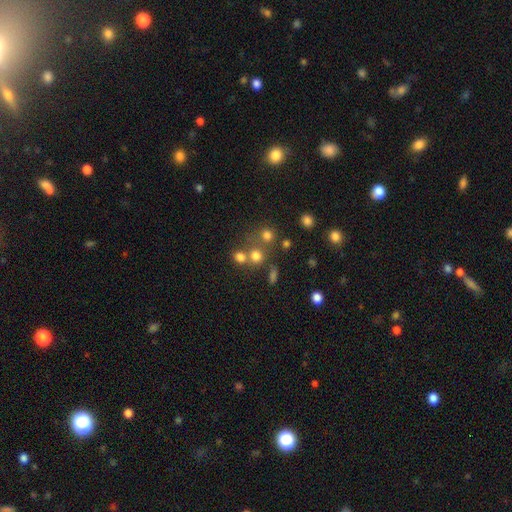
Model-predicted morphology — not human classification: A smooth galaxy with no disk features (72%) that is round (81%). Merging: none (53%).